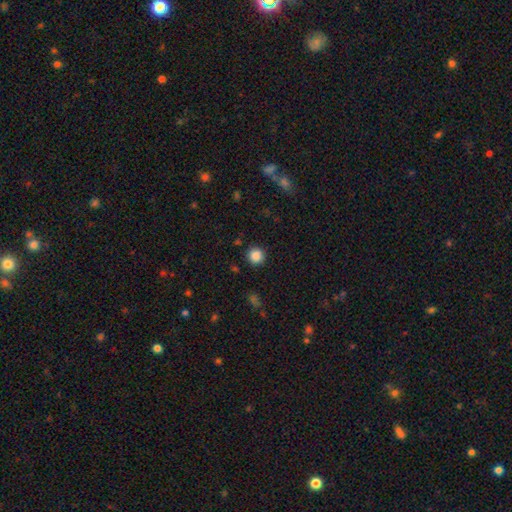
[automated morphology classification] Smooth or featured?
  - smooth: 86% *
  - star or artifact: 10%
  - featured or disk: 3%
How rounded?
  - round: 93% *
  - in between: 6%
  - cigar-shaped: 1%
Merging?
  - none: 89% *
  - minor disturbance: 7%
  - major disturbance: 2%
  - merger: 2%